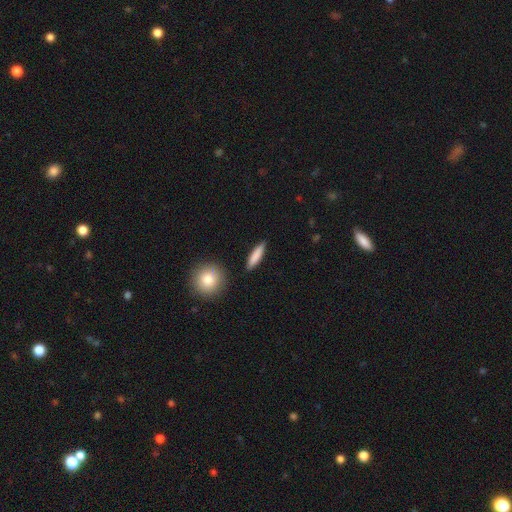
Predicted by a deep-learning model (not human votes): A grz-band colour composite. It shows a smooth galaxy with no disk features (81%) that is cigar-shaped (80%). Merging: none (89%).